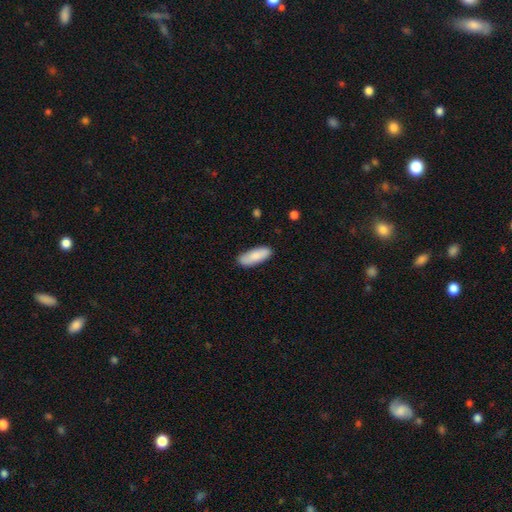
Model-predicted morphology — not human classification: type=smooth (86%); roundness=in between (74%); merging=none (85%).